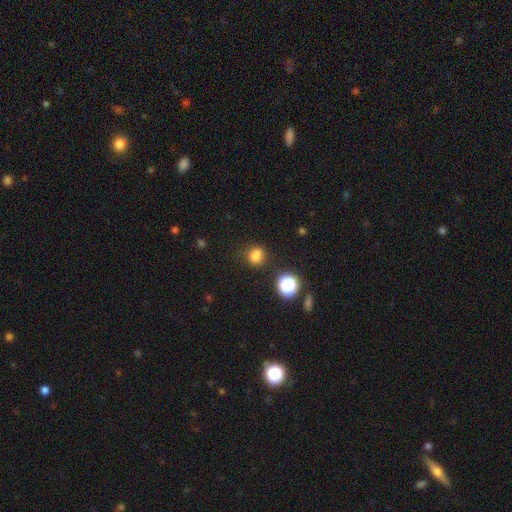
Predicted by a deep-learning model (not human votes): Smooth or featured?
  - smooth: 77% *
  - star or artifact: 17%
  - featured or disk: 6%
How rounded?
  - round: 70% *
  - in between: 29%
  - cigar-shaped: 1%
Merging?
  - none: 71% *
  - minor disturbance: 15%
  - merger: 9%
  - major disturbance: 5%